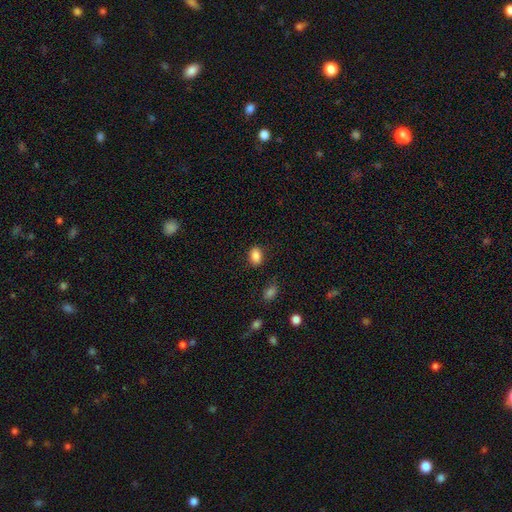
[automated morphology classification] Smooth or featured? smooth (86%)
How rounded? in between (77%)
Merging? none (84%)